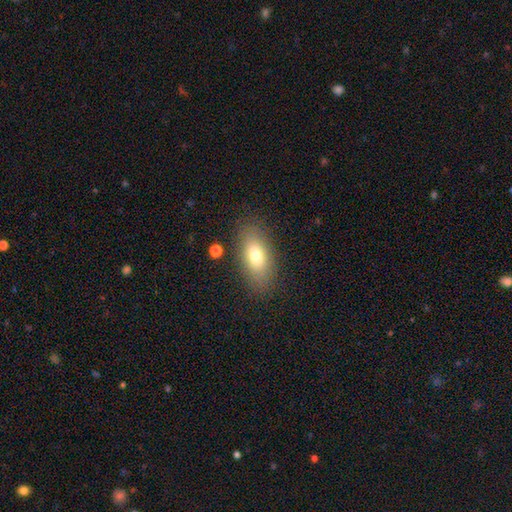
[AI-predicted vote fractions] A smooth galaxy with no disk features (76%) that is in between round and cigar-shaped (85%).

Vote fractions:
- Smooth or featured? smooth: 76% / featured or disk: 16% / star or artifact: 9%
- How rounded? in between: 85% / cigar-shaped: 10% / round: 5%
- Merging? none: 85% / minor disturbance: 10% / major disturbance: 3% / merger: 2%